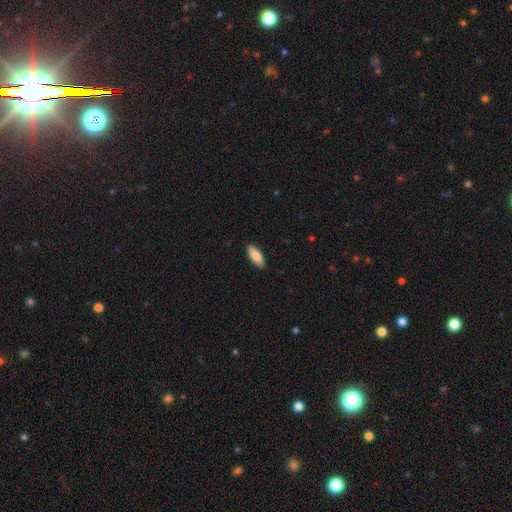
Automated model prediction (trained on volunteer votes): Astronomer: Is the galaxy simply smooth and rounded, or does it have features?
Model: smooth — 84%.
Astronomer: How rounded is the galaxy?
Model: in between — 77%.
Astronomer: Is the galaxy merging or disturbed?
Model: none — 89%.